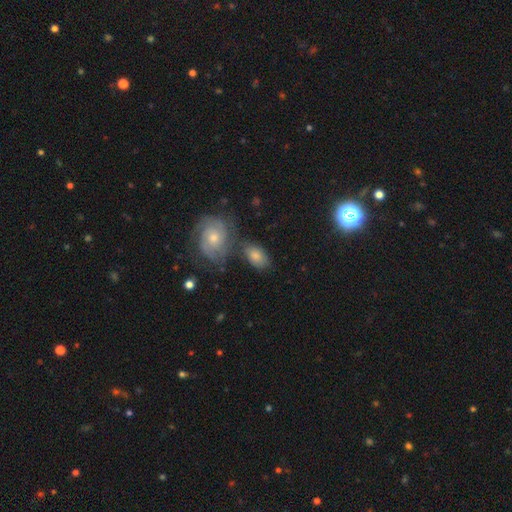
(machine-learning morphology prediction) Smooth or featured: smooth — 59% (featured or disk — 32%)
How rounded: in between — 88% (round — 10%)
Merging: none — 55% (merger — 19%)